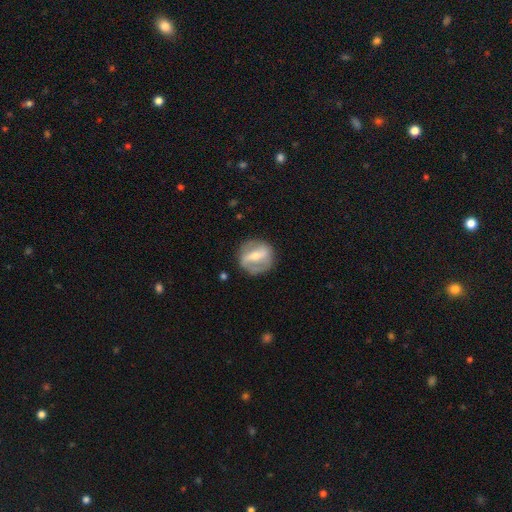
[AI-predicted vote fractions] Overall: featured or disk (70%). Edge-on disk: no (90%). Bar: strong (66%). Spiral arms: yes (51%; no 49%). Bulge size: moderate (51%; small 42%). Merging: none (79%).